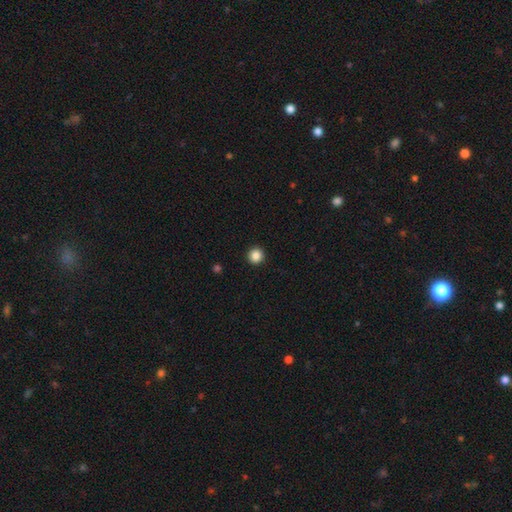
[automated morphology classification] Overall: smooth (86%). How rounded: round (96%). Merging: none (94%).